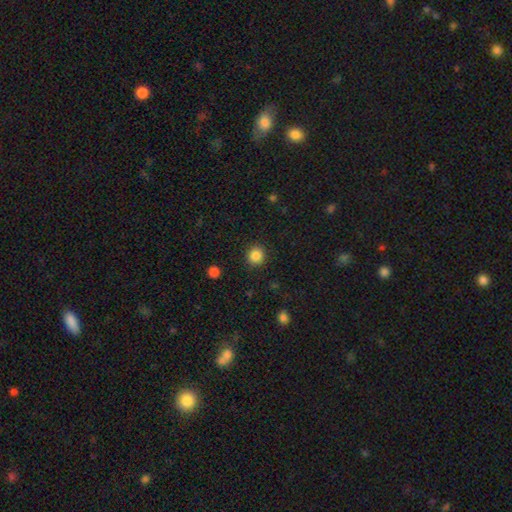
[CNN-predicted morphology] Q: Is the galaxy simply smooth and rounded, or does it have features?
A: smooth — 85%.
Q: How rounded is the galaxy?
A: round — 90%.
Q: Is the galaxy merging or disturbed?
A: none — 91%.